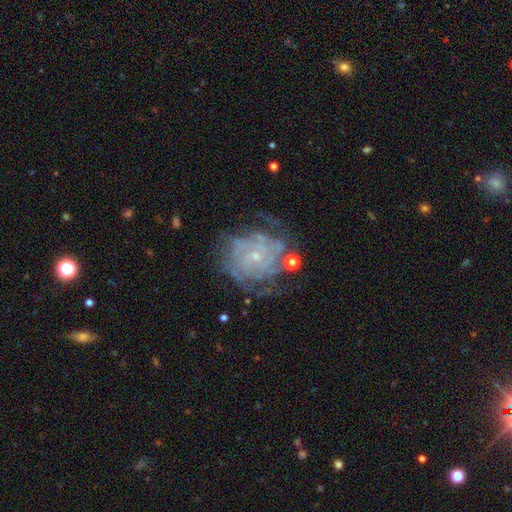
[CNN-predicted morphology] Smooth or featured? featured or disk (82%)
Edge-on disk? no (97%)
Bar? no (73%)
Spiral arms? yes (94%)
Spiral winding? tight (74%)
Spiral arm count? can't tell (38%)
Bulge size? small (82%)
Merging? none (64%)